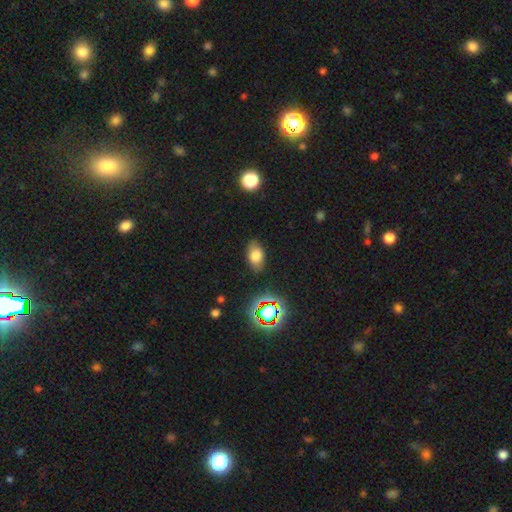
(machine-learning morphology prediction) Smooth or featured? smooth (75%)
How rounded? in between (89%)
Merging? none (82%)